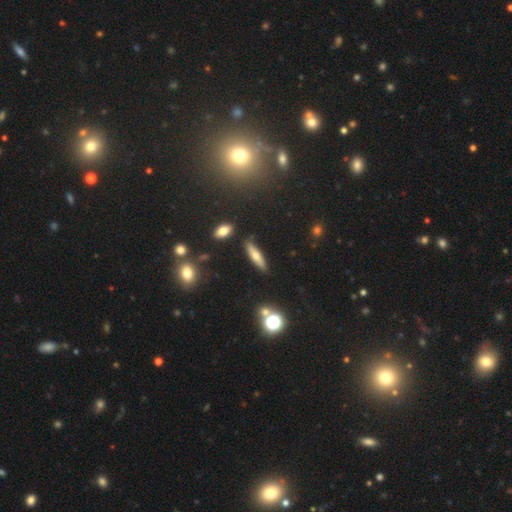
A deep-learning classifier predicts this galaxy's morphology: A smooth galaxy with no disk features (58%) that is cigar-shaped (76%). Merging: none (83%).